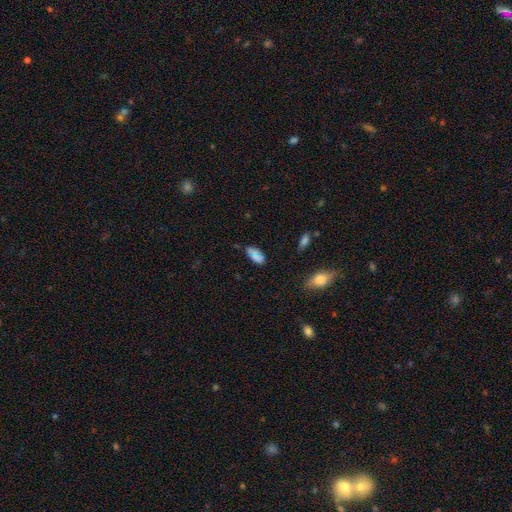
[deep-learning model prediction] smooth_or_featured: smooth (p=0.68) [alt: star or artifact p=0.20]
how_rounded: in between (p=0.88) [alt: cigar-shaped p=0.07]
merging: none (p=0.70) [alt: minor disturbance p=0.18]